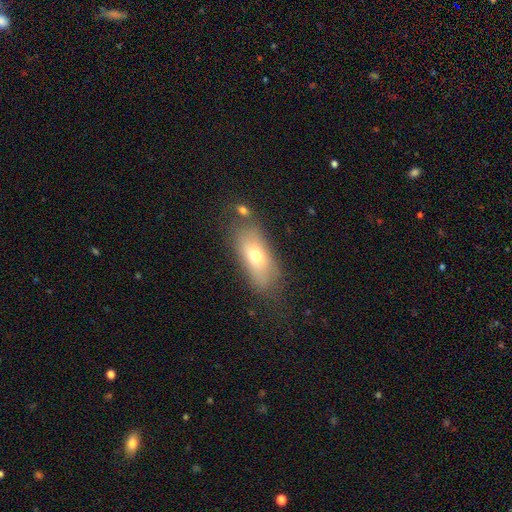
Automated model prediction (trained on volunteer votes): Smooth or featured? Predicted: smooth (p=0.65). How rounded? Predicted: in between (p=0.80). Merging? Predicted: none (p=0.62).